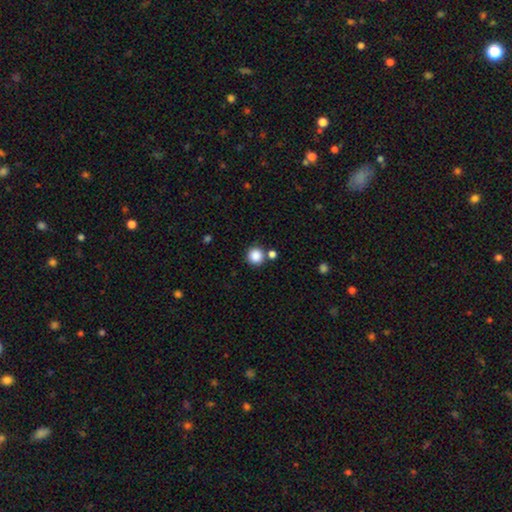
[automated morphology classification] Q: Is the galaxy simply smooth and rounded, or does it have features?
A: smooth — 86%.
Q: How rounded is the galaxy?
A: round — 94%.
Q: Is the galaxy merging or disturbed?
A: none — 79%.